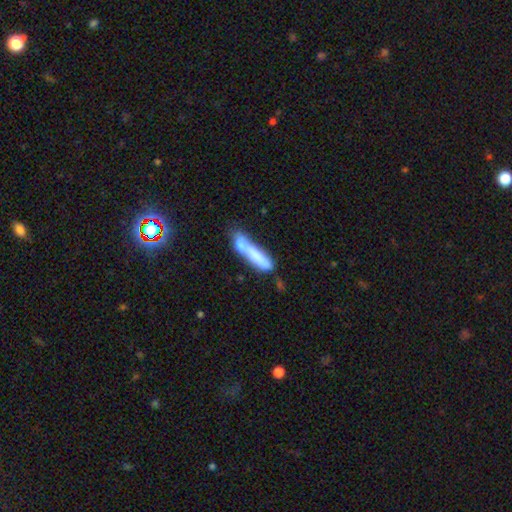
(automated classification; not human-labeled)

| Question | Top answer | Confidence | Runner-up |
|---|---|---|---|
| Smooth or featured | smooth | 67% | featured or disk (25%) |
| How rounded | cigar-shaped | 80% | in between (18%) |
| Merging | merger | 38% | none (33%) |